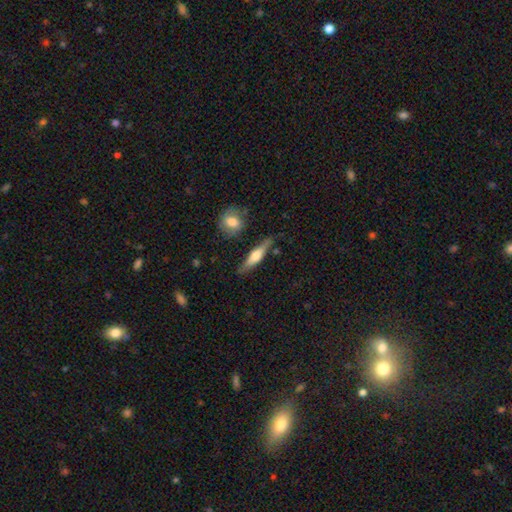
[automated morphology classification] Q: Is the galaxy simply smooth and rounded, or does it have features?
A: smooth — 50%.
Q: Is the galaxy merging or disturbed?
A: none — 78%.